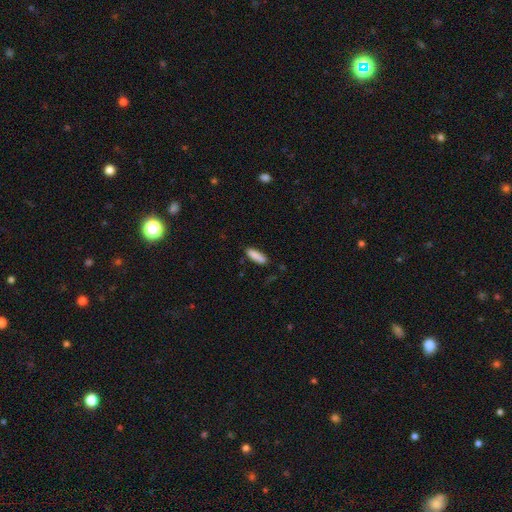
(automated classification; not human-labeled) smooth 88%, star or artifact 6%, featured or disk 5%. Down the decision tree: how rounded — cigar-shaped (54%); merging — none (84%).